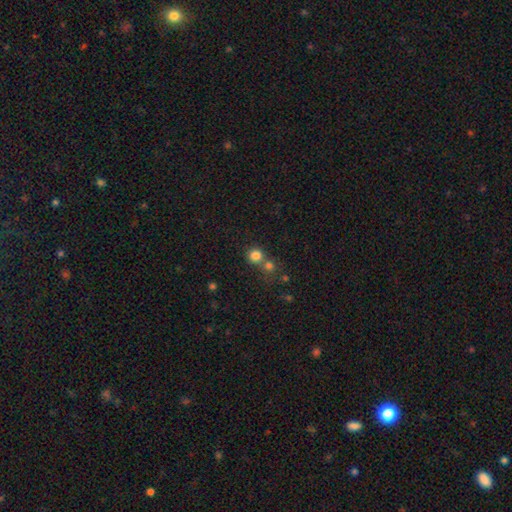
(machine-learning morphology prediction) Smooth or featured? Predicted: smooth (p=0.80). How rounded? Predicted: round (p=0.90). Merging? Predicted: none (p=0.56).